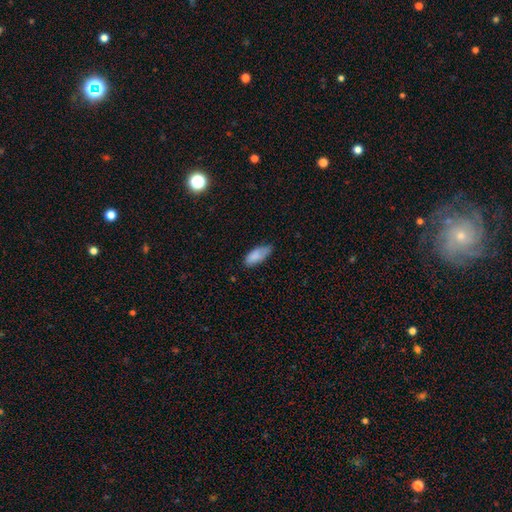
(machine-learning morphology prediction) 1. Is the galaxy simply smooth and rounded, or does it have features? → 85% smooth, 8% featured or disk, 7% star or artifact.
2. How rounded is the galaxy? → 82% in between, 16% cigar-shaped, 2% round.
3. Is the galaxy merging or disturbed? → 62% none, 31% minor disturbance, 5% major disturbance, 2% merger.